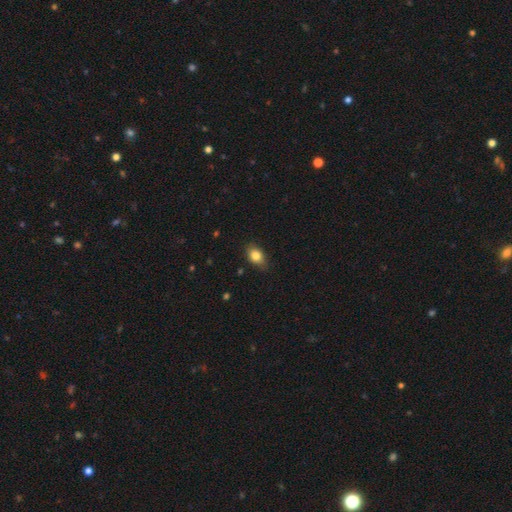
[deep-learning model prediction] A smooth galaxy with no disk features (83%) that is in between round and cigar-shaped (78%). Merging: none (78%).